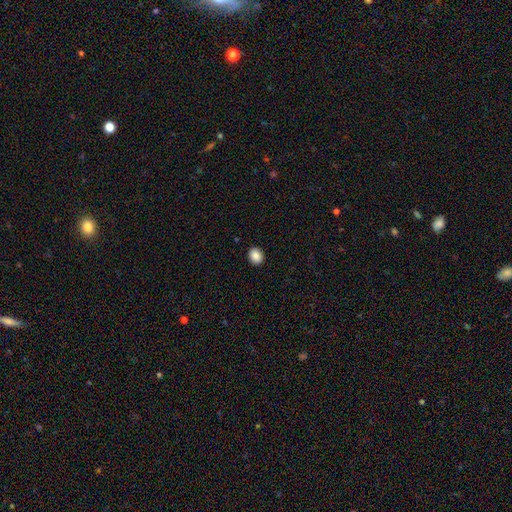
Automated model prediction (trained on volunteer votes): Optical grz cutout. It shows a smooth galaxy with no disk features (87%) that is round (56%). Merging: none (92%).